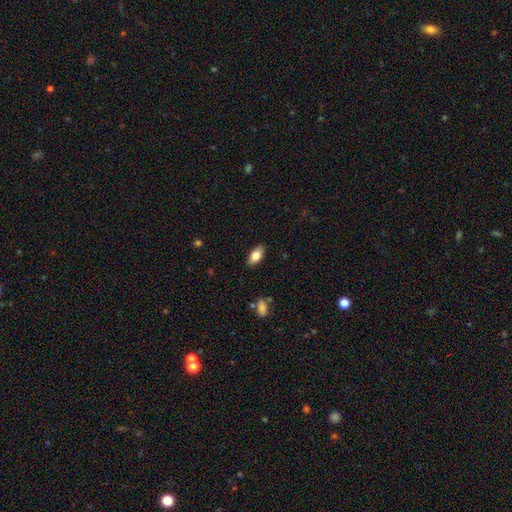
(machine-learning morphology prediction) Smooth or featured?
  - smooth: 82% *
  - featured or disk: 11%
  - star or artifact: 7%
How rounded?
  - in between: 91% *
  - cigar-shaped: 6%
  - round: 3%
Merging?
  - none: 87% *
  - minor disturbance: 10%
  - major disturbance: 2%
  - merger: 1%